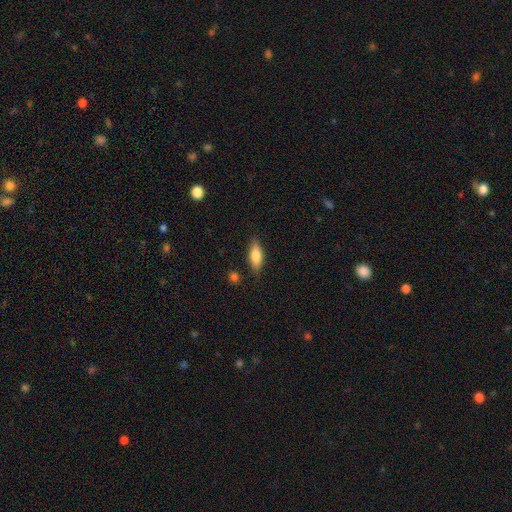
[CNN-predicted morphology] Overall: smooth (76%). How rounded: in between (72%). Merging: none (80%).